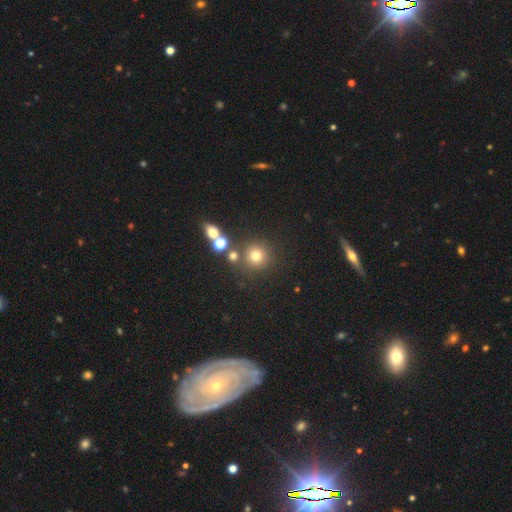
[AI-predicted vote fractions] The model was most divided on "smooth or featured": smooth: 73%, star or artifact: 19%, featured or disk: 8%. More confident: how rounded — round (93%); merging — none (76%).